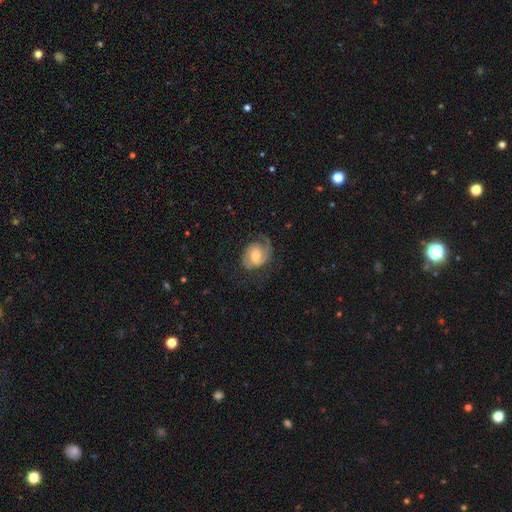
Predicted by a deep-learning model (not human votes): A featured or disk galaxy (77%) with a weak bar (50%), 2 (63%) medium (43%) spiral arms (94%) and a moderate central bulge (58%).

Vote fractions:
- Smooth or featured? featured or disk: 77% / smooth: 16% / star or artifact: 6%
- Edge-on disk? no: 97% / yes: 3%
- Bar? weak: 50% / no: 35% / strong: 16%
- Spiral arms? yes: 94% / no: 6%
- Spiral winding? medium: 43% / tight: 39% / loose: 18%
- Spiral arm count? 2: 63% / 1: 26% / can't tell: 7% / 3: 2% / 4: 1% / more than 4: 1%
- Bulge size? moderate: 58% / small: 23% / large: 12% / none: 4% / dominant: 2%
- Merging? none: 64% / minor disturbance: 19% / major disturbance: 15% / merger: 1%